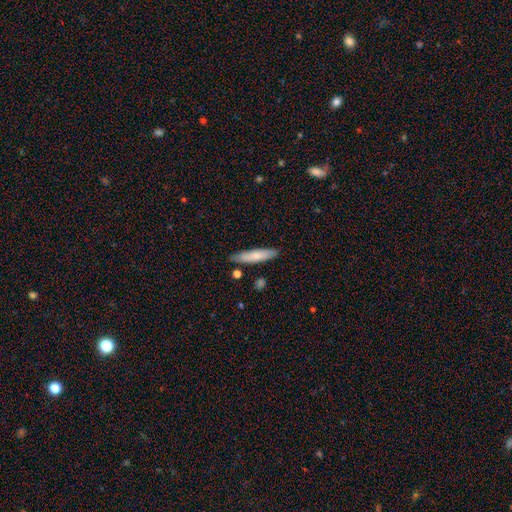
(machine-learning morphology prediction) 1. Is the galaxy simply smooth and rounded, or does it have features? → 73% smooth, 21% featured or disk, 6% star or artifact.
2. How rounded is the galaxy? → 80% cigar-shaped, 18% in between, 2% round.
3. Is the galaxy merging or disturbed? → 83% none, 12% minor disturbance, 3% merger, 2% major disturbance.